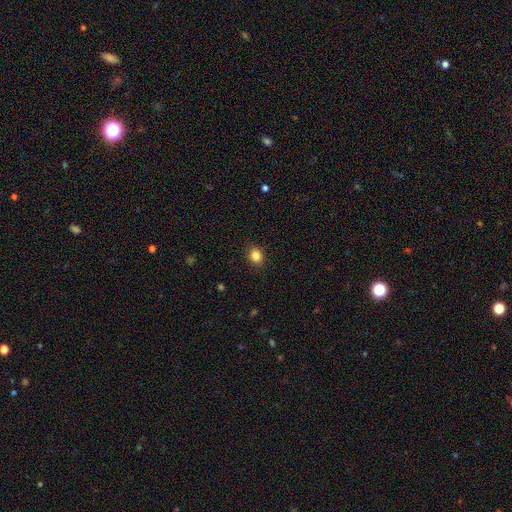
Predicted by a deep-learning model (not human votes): Morphology: type=smooth (84%); roundness=round (63%); merging=none (90%).